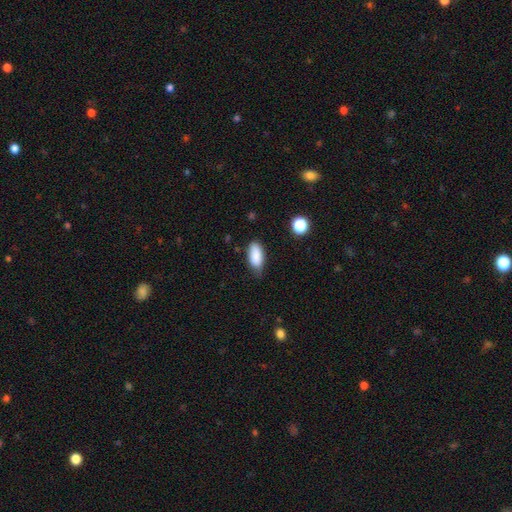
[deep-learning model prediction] A smooth galaxy with no disk features (88%) that is in between round and cigar-shaped (90%).

Vote fractions:
- Smooth or featured? smooth: 88% / star or artifact: 7% / featured or disk: 5%
- How rounded? in between: 90% / cigar-shaped: 8% / round: 2%
- Merging? none: 70% / minor disturbance: 24% / major disturbance: 4% / merger: 2%